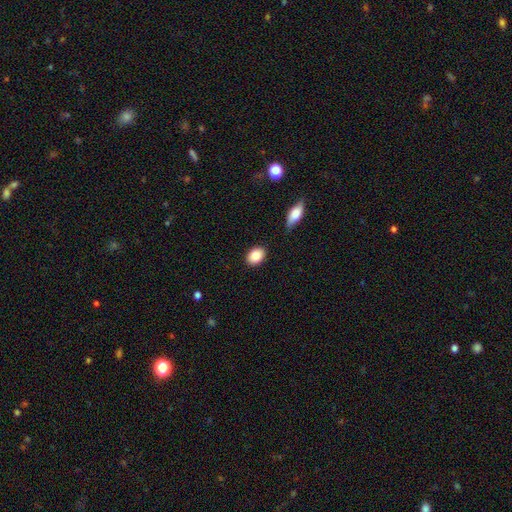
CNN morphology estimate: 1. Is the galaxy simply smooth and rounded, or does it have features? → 85% smooth, 8% star or artifact, 7% featured or disk.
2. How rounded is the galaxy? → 68% in between, 31% round, 1% cigar-shaped.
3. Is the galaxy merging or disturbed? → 87% none, 9% minor disturbance, 2% merger, 2% major disturbance.